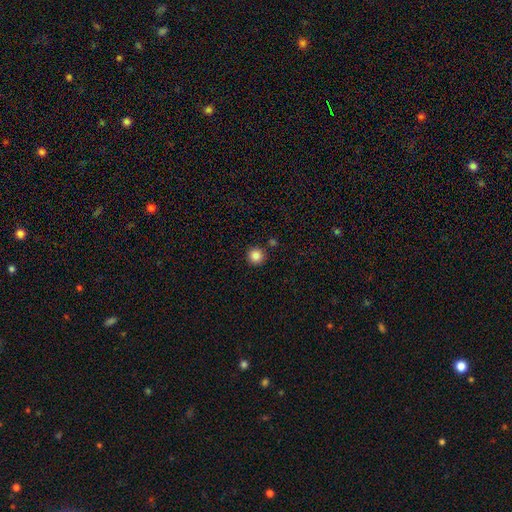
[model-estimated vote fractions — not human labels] smooth-or-featured: smooth: 86% | star or artifact: 10% | featured or disk: 4%
  how-rounded: round: 95% | in between: 4% | cigar-shaped: 1%
  merging: none: 88% | minor disturbance: 6% | merger: 4% | major disturbance: 2%